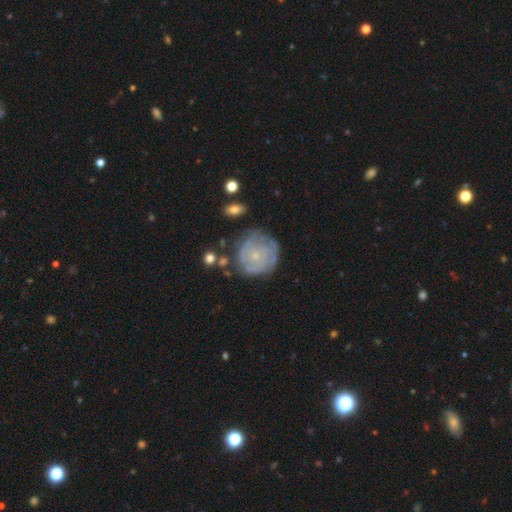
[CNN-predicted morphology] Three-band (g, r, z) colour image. It shows a featured or disk galaxy (68%) with no bar (83%), tight (70%) spiral arms (78%) and a small central bulge (81%). Merging: none (67%).